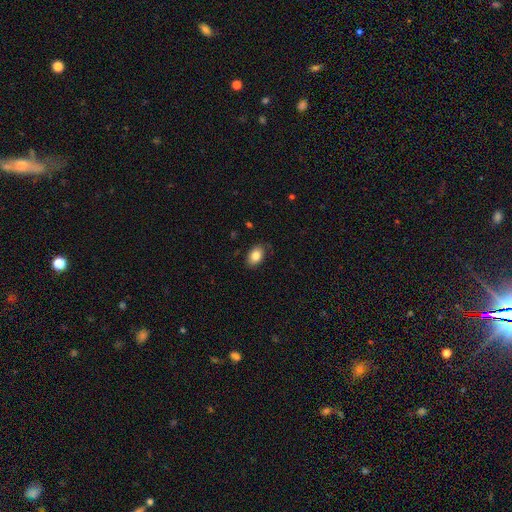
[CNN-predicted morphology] type=smooth (83%); roundness=in between (87%); merging=none (83%).